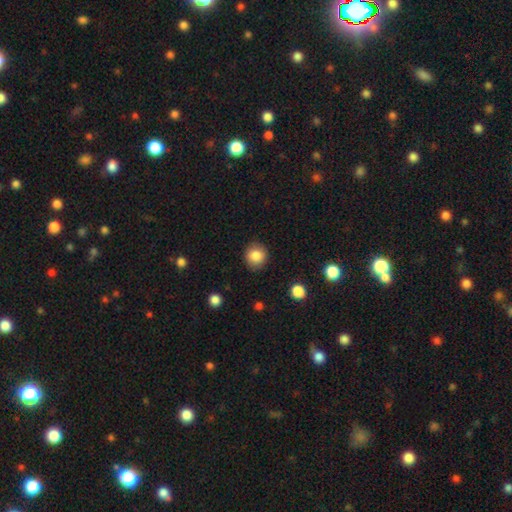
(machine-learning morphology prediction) type=smooth (84%); roundness=round (87%); merging=none (89%).